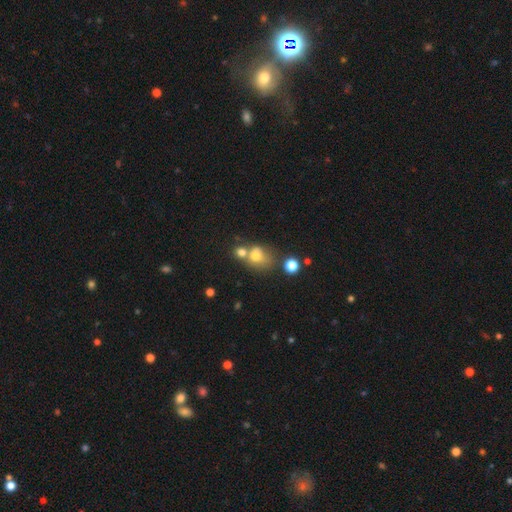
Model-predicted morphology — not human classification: smooth 70%, featured or disk 16%, star or artifact 14%. Down the decision tree: how rounded — round (61%); merging — merger (45%).